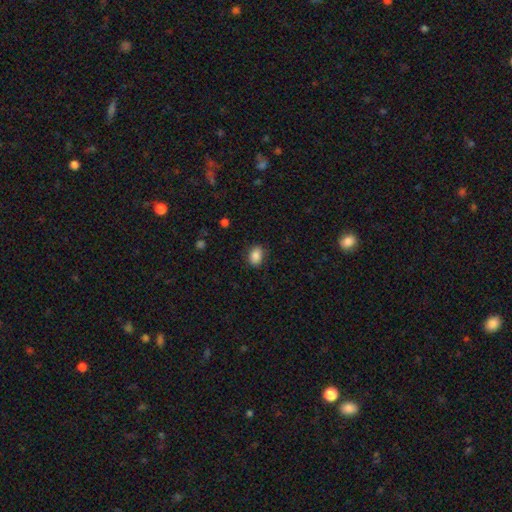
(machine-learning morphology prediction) Smooth or featured: smooth — 88% (star or artifact — 9%)
How rounded: in between — 76% (round — 23%)
Merging: none — 84% (minor disturbance — 12%)